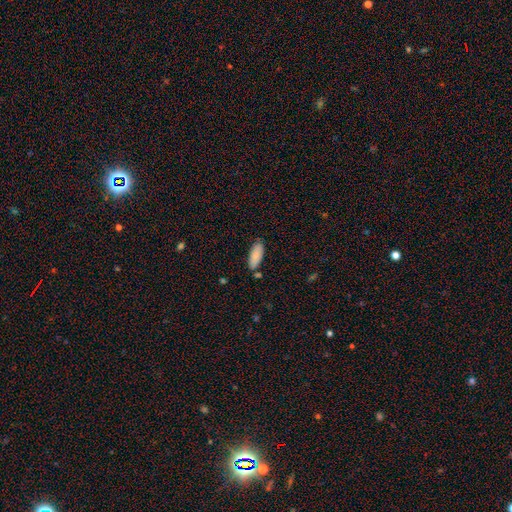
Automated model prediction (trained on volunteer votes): A smooth galaxy with no disk features (87%) that is in between round and cigar-shaped (77%).

Vote fractions:
- Smooth or featured? smooth: 87% / featured or disk: 7% / star or artifact: 6%
- How rounded? in between: 77% / cigar-shaped: 21% / round: 2%
- Merging? none: 79% / minor disturbance: 14% / merger: 5% / major disturbance: 3%